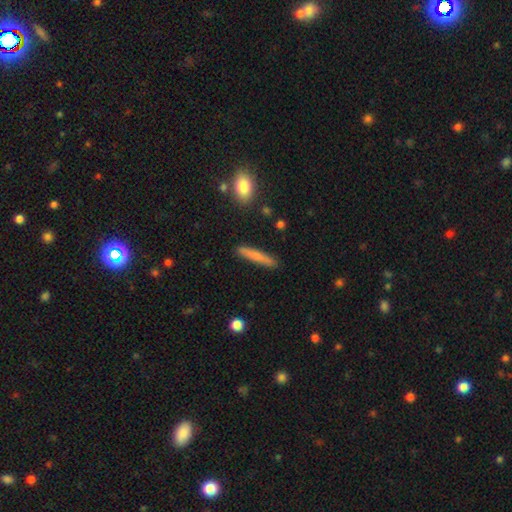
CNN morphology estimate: smooth_or_featured: smooth (p=0.72) [alt: featured or disk p=0.22]
how_rounded: cigar-shaped (p=0.93) [alt: in between p=0.05]
merging: none (p=0.88) [alt: minor disturbance p=0.08]